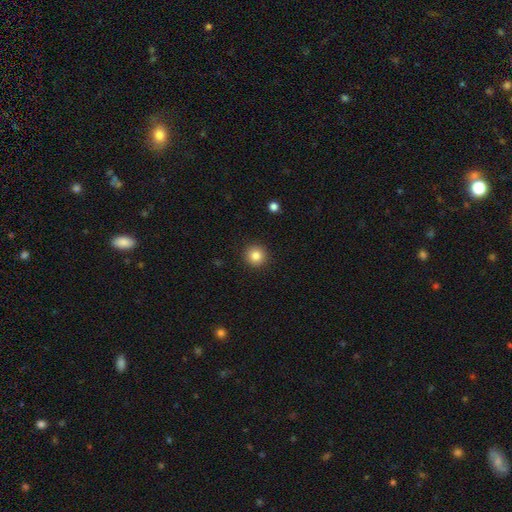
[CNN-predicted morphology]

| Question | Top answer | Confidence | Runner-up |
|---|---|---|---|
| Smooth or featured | smooth | 84% | star or artifact (11%) |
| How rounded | round | 94% | in between (5%) |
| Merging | none | 92% | minor disturbance (5%) |